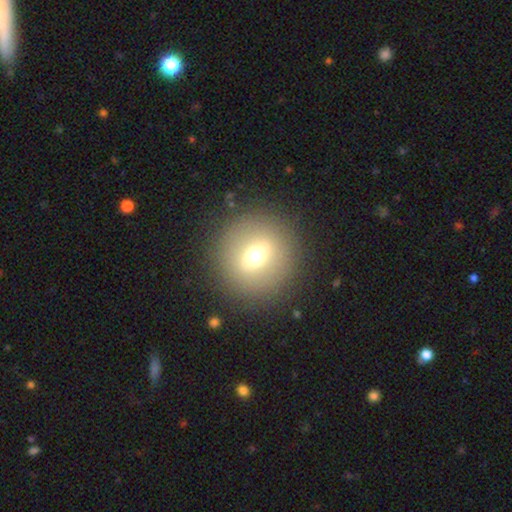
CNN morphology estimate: The model was most divided on "smooth or featured": smooth: 58%, featured or disk: 28%, star or artifact: 14%. More confident: how rounded — round (94%); merging — none (89%).